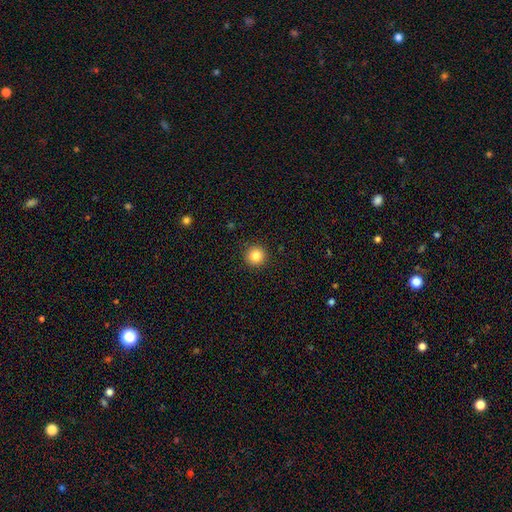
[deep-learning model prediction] Q: Smooth or featured?
A: smooth (85%); runner-up: star or artifact (11%)
Q: How rounded?
A: round (95%); runner-up: in between (4%)
Q: Merging?
A: none (92%); runner-up: minor disturbance (5%)